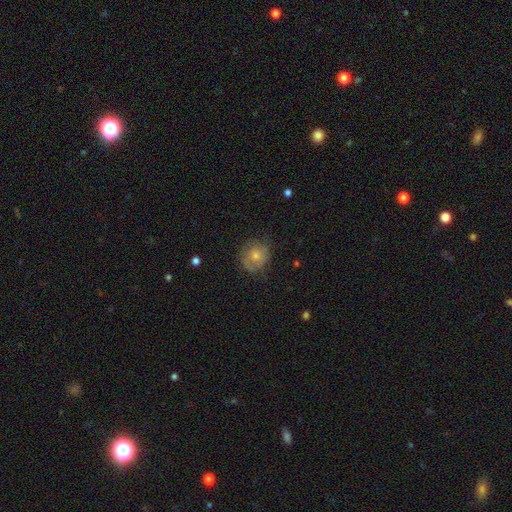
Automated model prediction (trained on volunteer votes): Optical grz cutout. It shows a smooth galaxy with no disk features (54%) that is round (80%). Merging: none (72%).